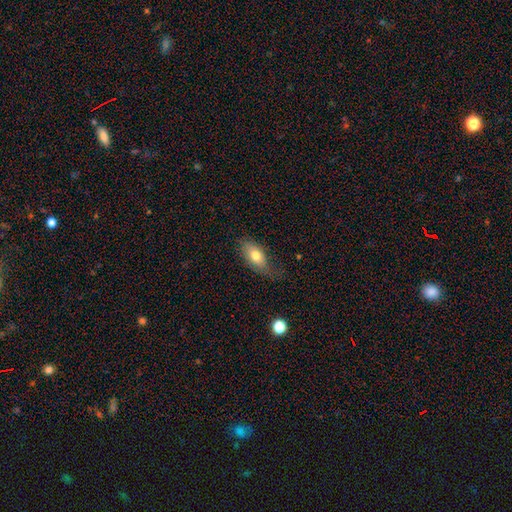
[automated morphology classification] A smooth galaxy with no disk features (73%) that is in between round and cigar-shaped (89%). Merging: none (57%).